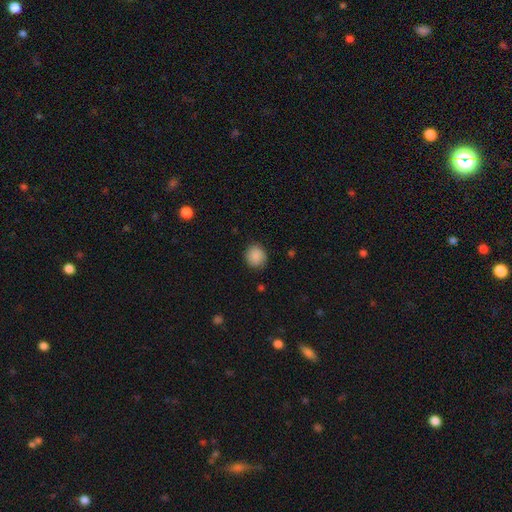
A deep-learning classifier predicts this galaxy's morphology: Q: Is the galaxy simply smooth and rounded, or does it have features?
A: smooth — 88%.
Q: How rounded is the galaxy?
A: round — 86%.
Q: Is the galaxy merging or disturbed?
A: none — 86%.